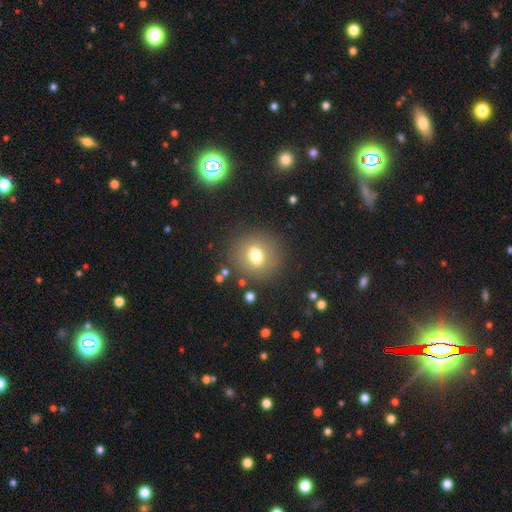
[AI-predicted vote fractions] Smooth or featured? Predicted: smooth (p=0.72). How rounded? Predicted: round (p=0.80). Merging? Predicted: none (p=0.84).